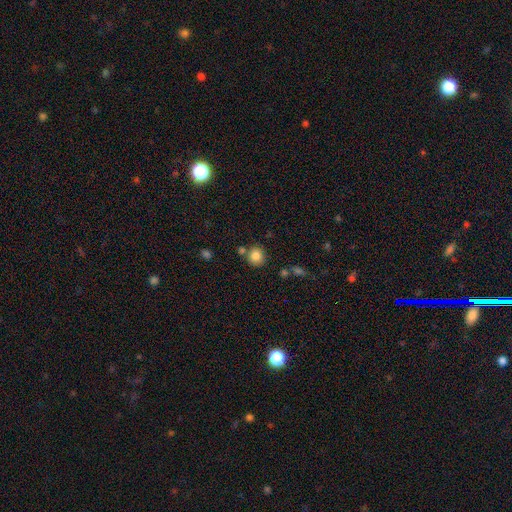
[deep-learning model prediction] This appears to be a smooth galaxy with no disk features (83%) that is round (85%). Merging: none (73%).